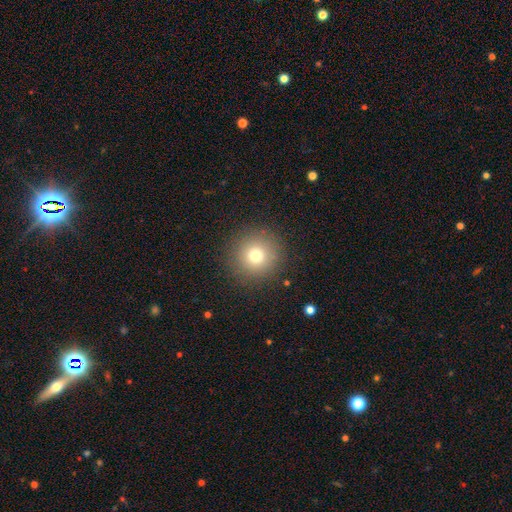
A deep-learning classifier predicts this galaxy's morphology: A smooth galaxy with no disk features (75%) that is round (95%). Merging: none (89%).